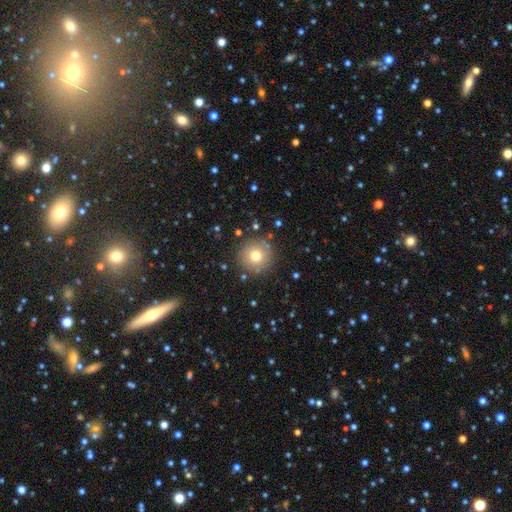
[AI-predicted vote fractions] Smooth or featured? smooth (73%)
How rounded? round (96%)
Merging? none (88%)